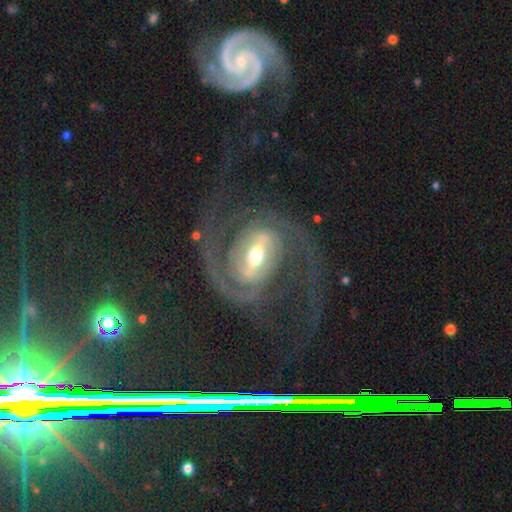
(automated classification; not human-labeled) This is clearly a featured or disk galaxy (90%). It is clearly not viewed edge-on (97%). Bar: possibly strong (58%). Spiral arm pattern: clearly yes (96%). Spiral arm count: clearly 2 (81%). Spiral winding: possibly medium (47%). Central bulge: likely moderate (63%). Merging: likely none (65%).